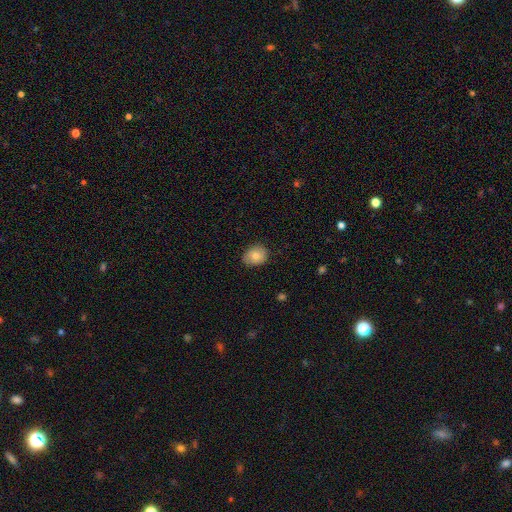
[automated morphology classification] Smooth or featured?
  - smooth: 80% *
  - featured or disk: 12%
  - star or artifact: 8%
How rounded?
  - in between: 52% *
  - round: 47%
  - cigar-shaped: 1%
Merging?
  - none: 81% *
  - minor disturbance: 15%
  - major disturbance: 3%
  - merger: 1%